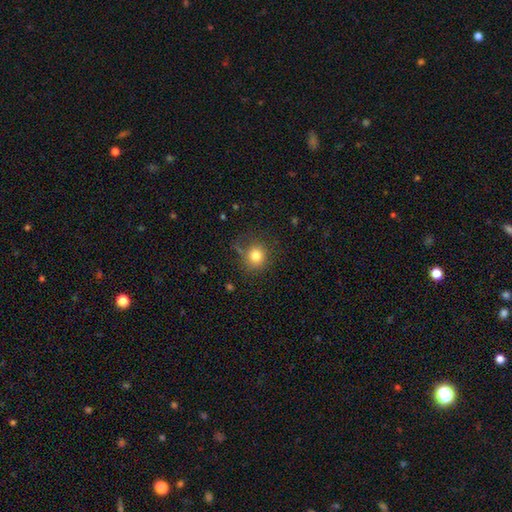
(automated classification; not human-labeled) Overall: smooth (80%). How rounded: round (87%). Merging: none (77%).